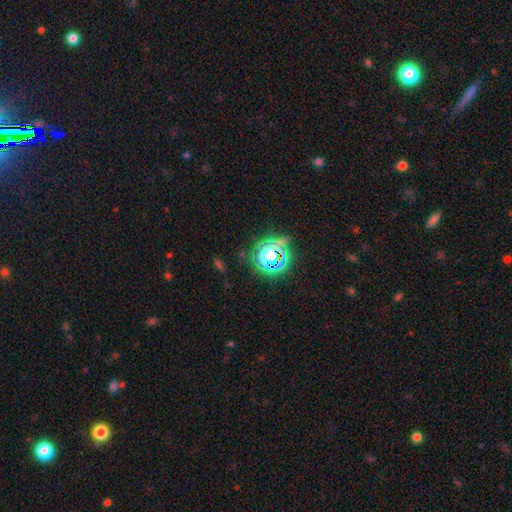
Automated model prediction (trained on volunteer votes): star or artifact 72%, smooth 21%, featured or disk 7%.